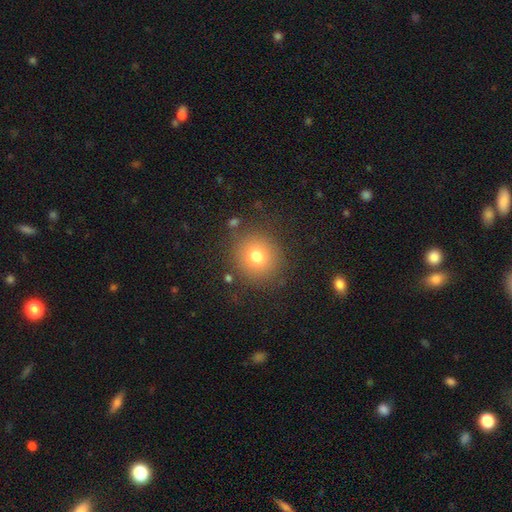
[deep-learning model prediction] This appears to be a smooth galaxy with no disk features (76%) that is round (90%). Merging: none (85%).